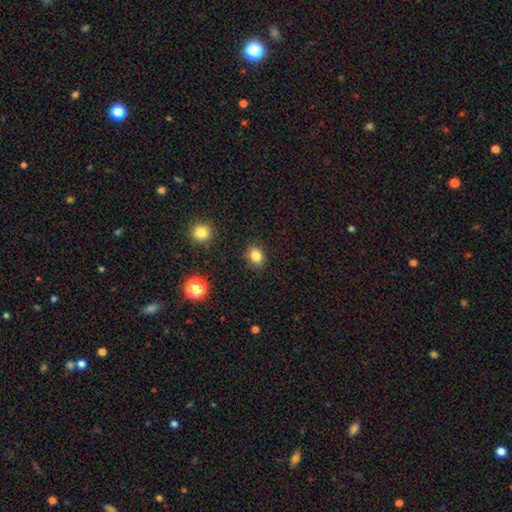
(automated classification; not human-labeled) Overall: smooth (83%). How rounded: round (52%; in between 47%). Merging: none (86%).